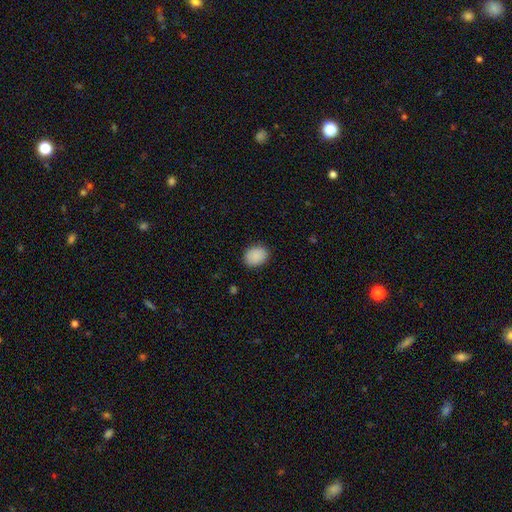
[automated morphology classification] A smooth galaxy with no disk features (90%) that is in between round and cigar-shaped (58%). Merging: none (87%).